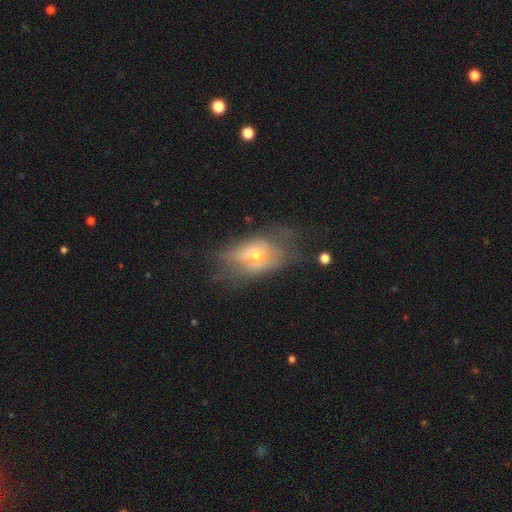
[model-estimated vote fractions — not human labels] Smooth or featured?
  - smooth: 48% *
  - featured or disk: 39%
  - star or artifact: 12%
Merging?
  - none: 43% *
  - minor disturbance: 29%
  - major disturbance: 25%
  - merger: 3%